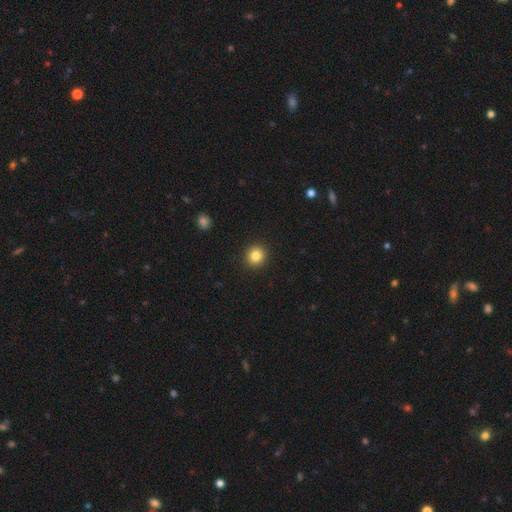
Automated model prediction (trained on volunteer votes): smooth 84%, star or artifact 11%, featured or disk 6%. Down the decision tree: how rounded — round (91%); merging — none (93%).